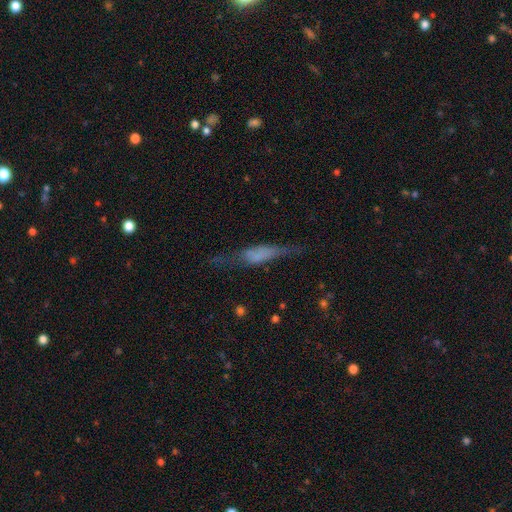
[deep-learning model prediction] featured or disk 49%, smooth 40%, star or artifact 12%. Down the decision tree: merging — none (53%).